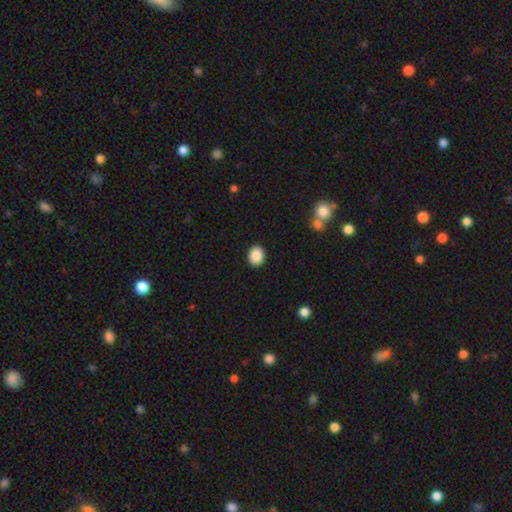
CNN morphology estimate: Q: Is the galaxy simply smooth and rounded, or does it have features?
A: smooth — 89%.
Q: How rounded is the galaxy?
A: in between — 51%.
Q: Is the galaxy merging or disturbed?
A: none — 91%.